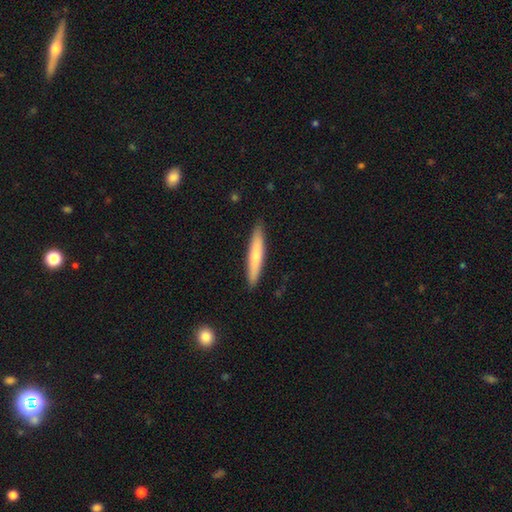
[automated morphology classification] smooth_or_featured: smooth (p=0.64) [alt: featured or disk p=0.30]
how_rounded: cigar-shaped (p=0.92) [alt: in between p=0.07]
merging: none (p=0.90) [alt: minor disturbance p=0.08]